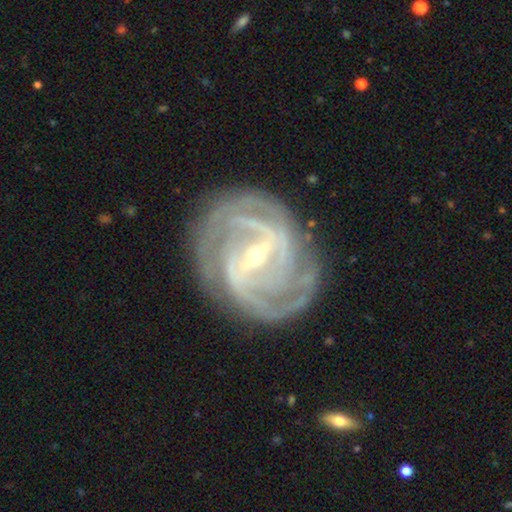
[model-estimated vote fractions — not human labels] Smooth or featured? Predicted: featured or disk (p=0.92). Edge-on disk? Predicted: no (p=0.97). Bar? Predicted: strong (p=0.64). Spiral arms? Predicted: yes (p=0.98). Spiral winding? Predicted: tight (p=0.59). Spiral arm count? Predicted: 2 (p=0.32). Bulge size? Predicted: small (p=0.63). Merging? Predicted: none (p=0.79).